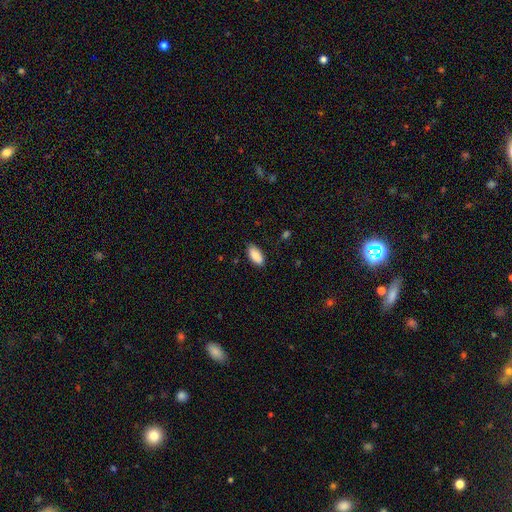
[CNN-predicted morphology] Smooth or featured? smooth (86%)
How rounded? in between (91%)
Merging? none (86%)